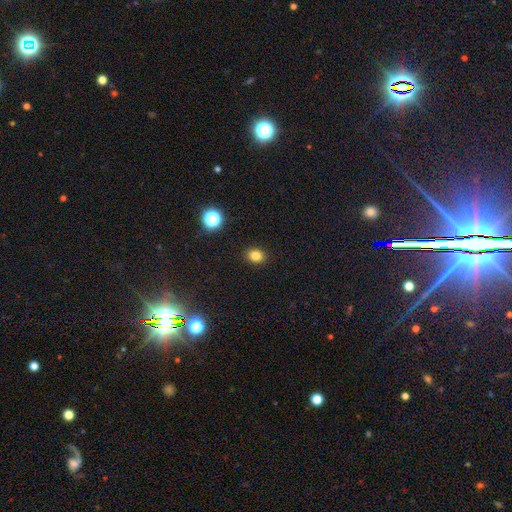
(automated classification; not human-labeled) A smooth galaxy with no disk features (81%) that is round (53%). Merging: none (90%).